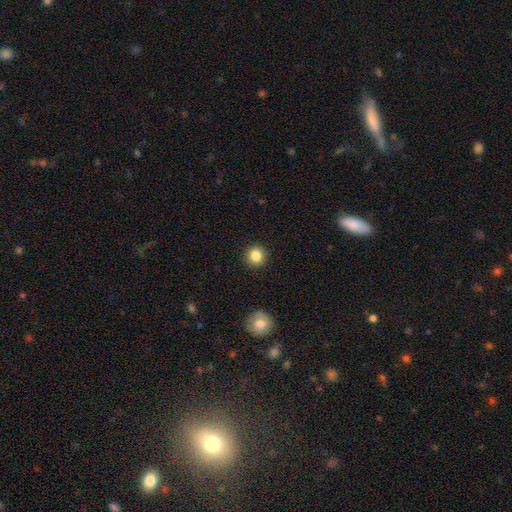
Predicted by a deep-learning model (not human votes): A smooth galaxy with no disk features (85%) that is round (92%).

Vote fractions:
- Smooth or featured? smooth: 85% / star or artifact: 11% / featured or disk: 5%
- How rounded? round: 92% / in between: 7% / cigar-shaped: 1%
- Merging? none: 91% / minor disturbance: 5% / major disturbance: 2% / merger: 1%